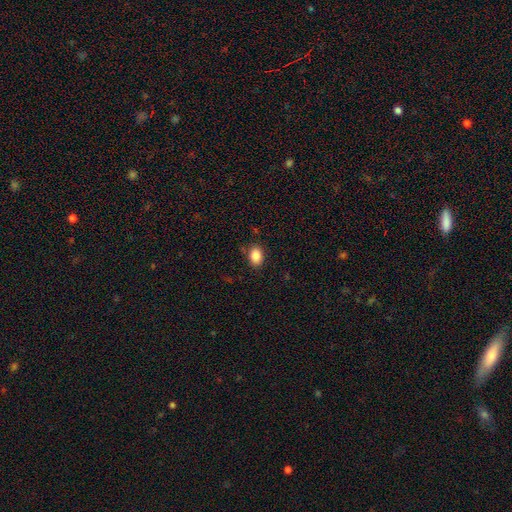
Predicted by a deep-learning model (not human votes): A smooth galaxy with no disk features (86%) that is in between round and cigar-shaped (78%).

Vote fractions:
- Smooth or featured? smooth: 86% / star or artifact: 9% / featured or disk: 5%
- How rounded? in between: 78% / round: 21% / cigar-shaped: 1%
- Merging? none: 85% / minor disturbance: 10% / major disturbance: 3% / merger: 2%